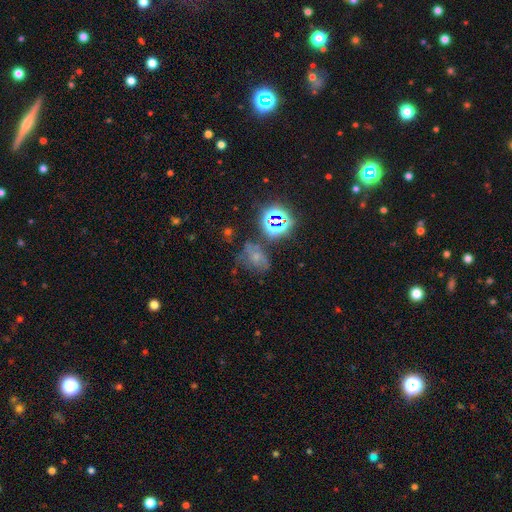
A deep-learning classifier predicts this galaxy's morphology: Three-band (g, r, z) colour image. It shows a smooth galaxy with no disk features (41%). Merging: none (46%).